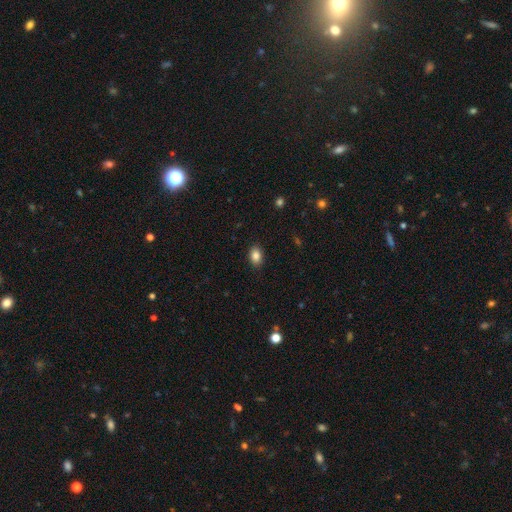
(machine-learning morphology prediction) Smooth or featured: smooth — 86% (star or artifact — 9%)
How rounded: in between — 79% (round — 20%)
Merging: none — 88% (minor disturbance — 8%)